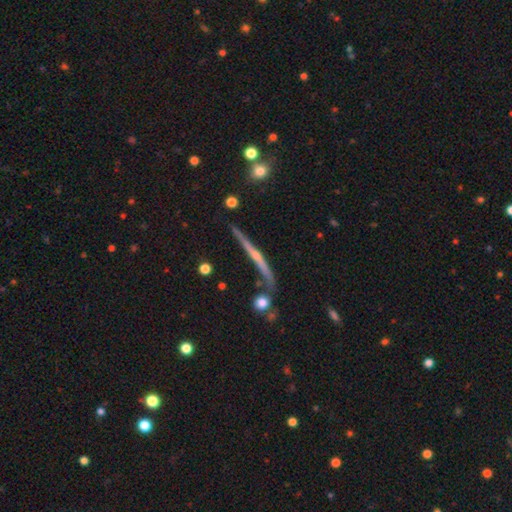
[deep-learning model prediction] Q: Smooth or featured?
A: featured or disk (71%); runner-up: smooth (21%)
Q: Edge-on disk?
A: yes (97%); runner-up: no (3%)
Q: Edge-on bulge?
A: rounded (48%); runner-up: none (44%)
Q: Merging?
A: none (76%); runner-up: minor disturbance (14%)